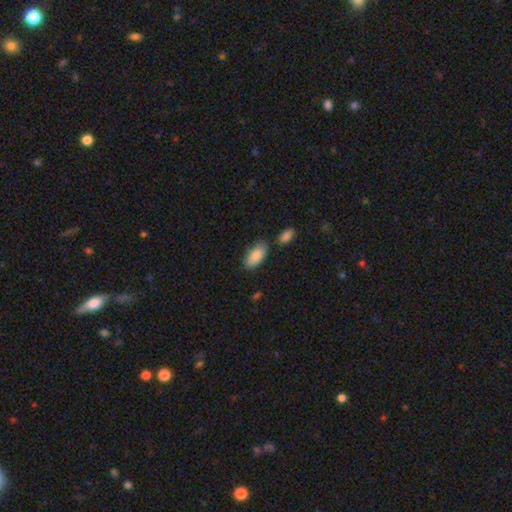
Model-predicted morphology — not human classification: Smooth or featured? Predicted: smooth (p=0.87). How rounded? Predicted: in between (p=0.91). Merging? Predicted: none (p=0.73).